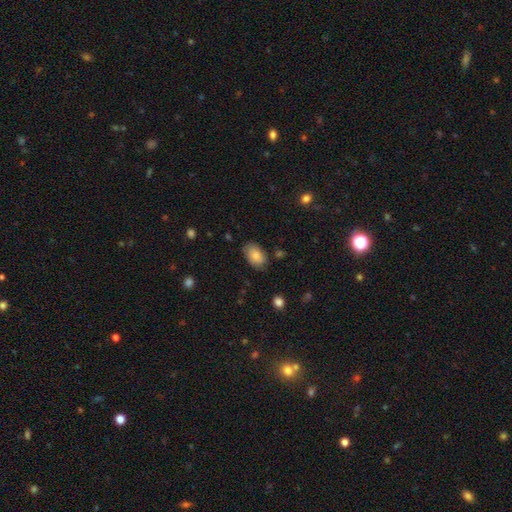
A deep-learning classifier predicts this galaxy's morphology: Smooth or featured?
  - smooth: 83% *
  - featured or disk: 10%
  - star or artifact: 7%
How rounded?
  - in between: 90% *
  - round: 8%
  - cigar-shaped: 1%
Merging?
  - none: 77% *
  - minor disturbance: 17%
  - major disturbance: 4%
  - merger: 2%